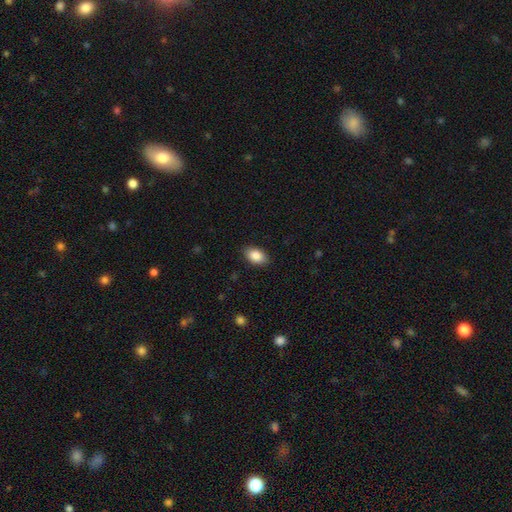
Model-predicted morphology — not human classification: Smooth or featured? smooth (87%)
How rounded? in between (90%)
Merging? none (88%)